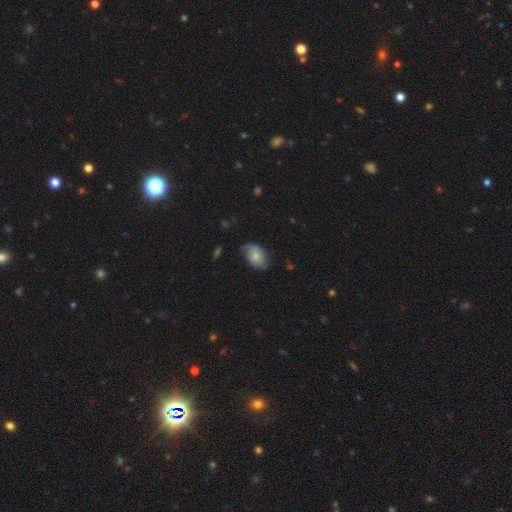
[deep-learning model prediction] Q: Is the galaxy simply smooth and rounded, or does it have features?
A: smooth — 54%.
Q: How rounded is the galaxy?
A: in between — 87%.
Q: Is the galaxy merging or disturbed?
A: none — 59%.